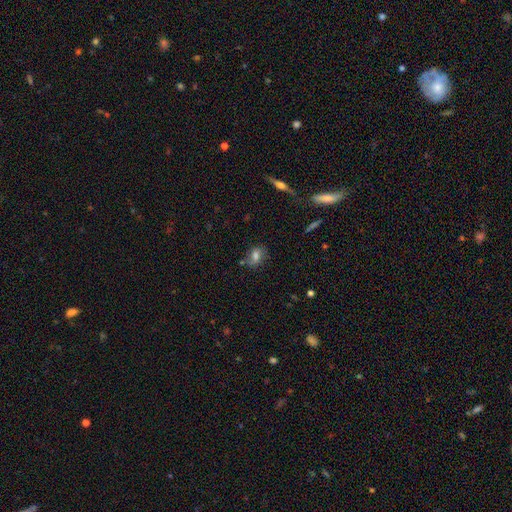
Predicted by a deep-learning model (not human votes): A smooth galaxy with no disk features (67%) that is in between round and cigar-shaped (72%). Merging: none (64%).